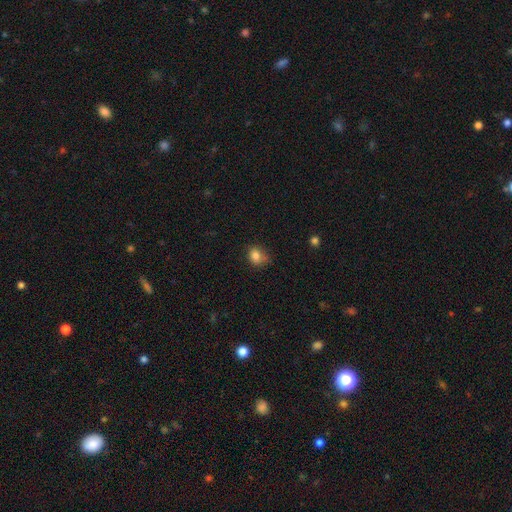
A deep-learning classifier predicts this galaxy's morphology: smooth_or_featured: smooth (p=0.82) [alt: star or artifact p=0.11]
how_rounded: round (p=0.59) [alt: in between p=0.40]
merging: none (p=0.58) [alt: minor disturbance p=0.31]